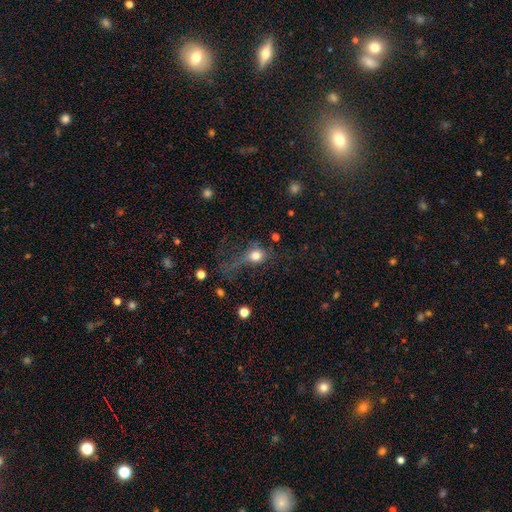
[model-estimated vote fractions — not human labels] A smooth galaxy with no disk features (73%) that is round (72%). Merging: major disturbance (41%).